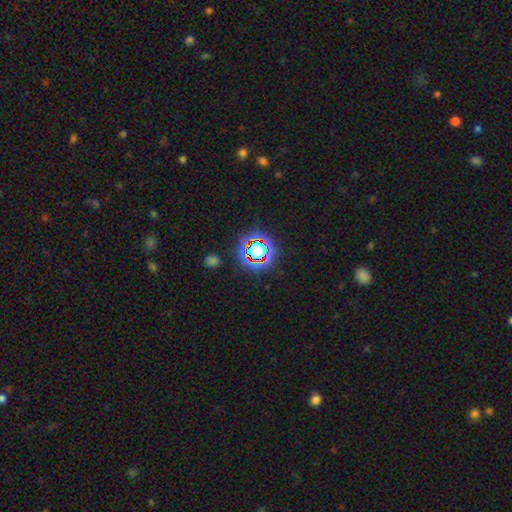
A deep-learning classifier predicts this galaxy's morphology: Smooth or featured? star or artifact (68%)